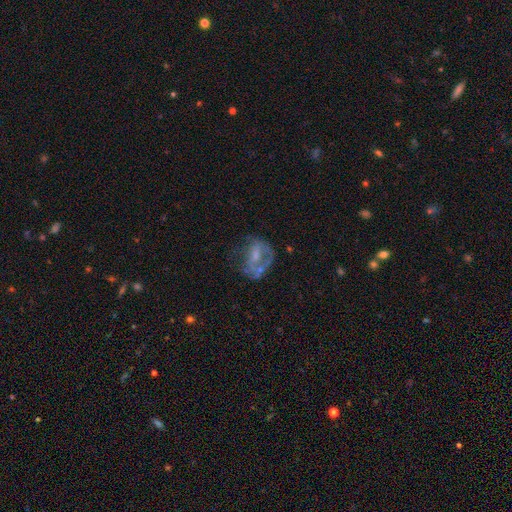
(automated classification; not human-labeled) Q: Smooth or featured?
A: featured or disk (58%); runner-up: smooth (31%)
Q: Edge-on disk?
A: no (96%); runner-up: yes (4%)
Q: Bar?
A: no (61%); runner-up: weak (30%)
Q: Spiral arms?
A: no (68%); runner-up: yes (32%)
Q: Bulge size?
A: small (39%); runner-up: moderate (33%)
Q: Merging?
A: none (36%); runner-up: major disturbance (35%)